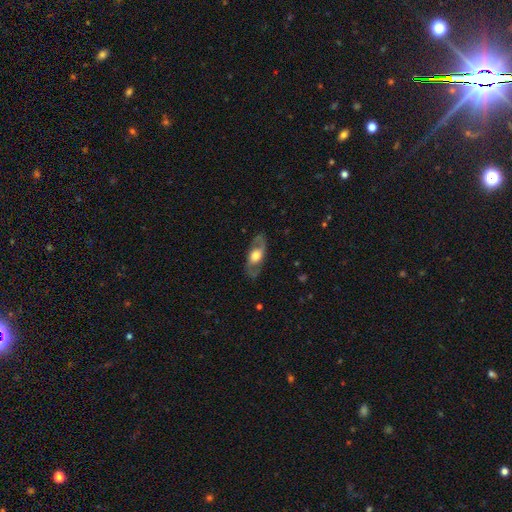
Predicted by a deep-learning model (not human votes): smooth_or_featured: featured or disk (p=0.67) [alt: smooth p=0.27]
disk_edge_on: no (p=0.82) [alt: yes p=0.18]
bar: no (p=0.69) [alt: weak p=0.24]
has_spiral_arms: yes (p=0.70) [alt: no p=0.30]
bulge_size: large (p=0.46) [alt: moderate p=0.44]
merging: none (p=0.78) [alt: minor disturbance p=0.14]